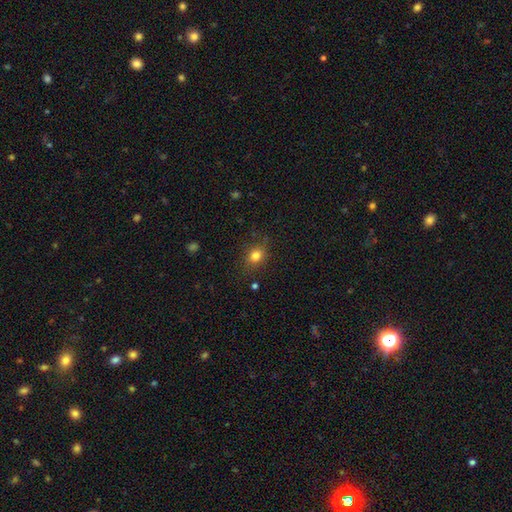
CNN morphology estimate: This appears to be a smooth galaxy with no disk features (79%) that is round (55%). Merging: none (80%).